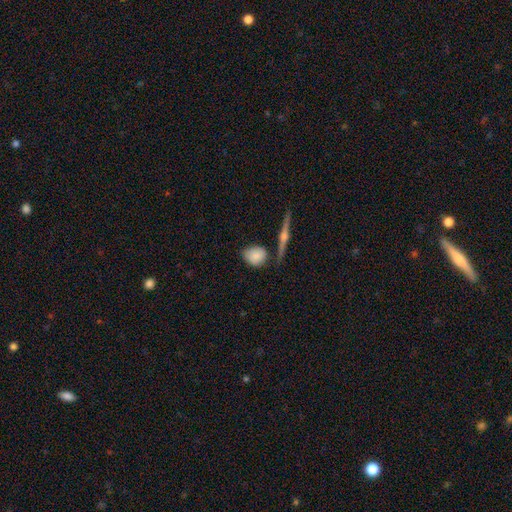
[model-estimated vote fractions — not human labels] smooth 76%, featured or disk 16%, star or artifact 8%. Down the decision tree: how rounded — in between (51%); merging — none (64%).